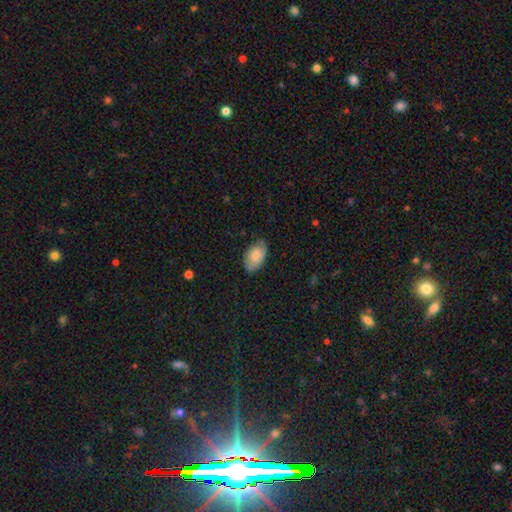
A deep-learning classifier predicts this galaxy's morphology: This is likely a smooth galaxy (77%). How rounded: clearly in between (94%). Merging: likely none (75%).